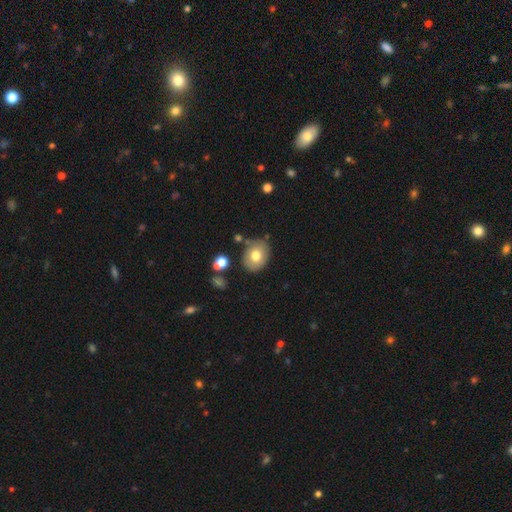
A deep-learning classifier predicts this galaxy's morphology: Overall: smooth (72%). How rounded: in between (54%; round 45%). Merging: none (74%).